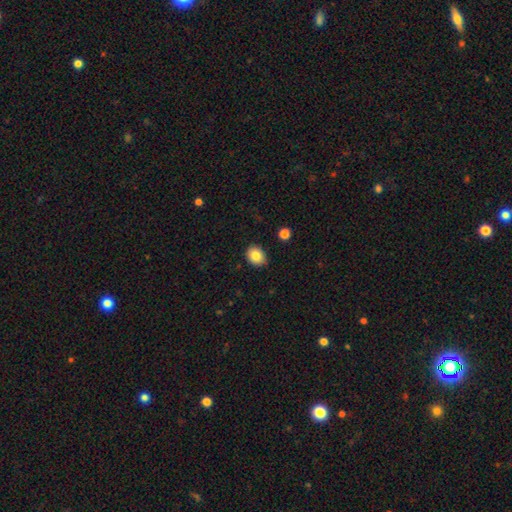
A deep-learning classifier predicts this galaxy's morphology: smooth_or_featured: smooth (p=0.84) [alt: star or artifact p=0.09]
how_rounded: round (p=0.54) [alt: in between p=0.45]
merging: none (p=0.85) [alt: minor disturbance p=0.11]